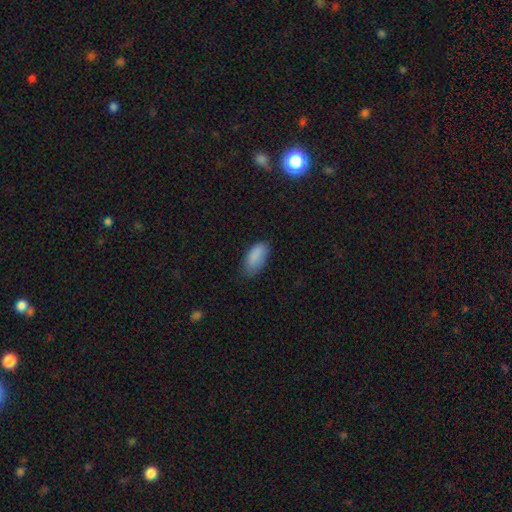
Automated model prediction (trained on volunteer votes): Smooth or featured? Predicted: smooth (p=0.87). How rounded? Predicted: in between (p=0.93). Merging? Predicted: none (p=0.67).